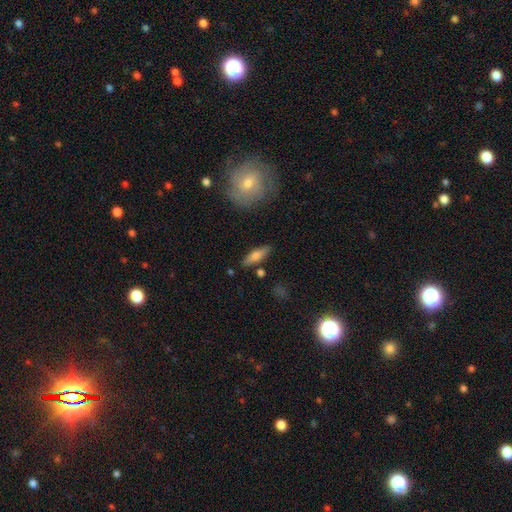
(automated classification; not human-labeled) Smooth or featured? smooth (64%)
How rounded? in between (50%)
Merging? none (83%)